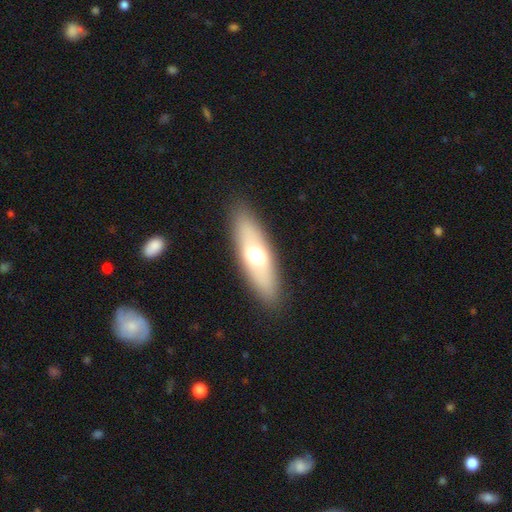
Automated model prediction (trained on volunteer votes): A smooth galaxy with no disk features (59%) that is in between round and cigar-shaped (53%).

Vote fractions:
- Smooth or featured? smooth: 59% / featured or disk: 34% / star or artifact: 7%
- How rounded? in between: 53% / cigar-shaped: 43% / round: 3%
- Merging? none: 88% / minor disturbance: 8% / major disturbance: 3% / merger: 1%